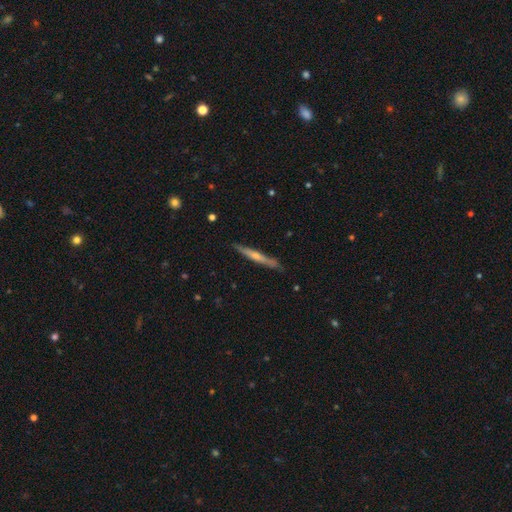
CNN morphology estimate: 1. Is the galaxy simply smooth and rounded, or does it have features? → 65% featured or disk, 29% smooth, 6% star or artifact.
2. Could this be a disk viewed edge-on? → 97% yes, 3% no.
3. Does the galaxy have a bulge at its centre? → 65% rounded, 28% none, 7% boxy.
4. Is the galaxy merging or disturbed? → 88% none, 9% minor disturbance, 2% major disturbance, 1% merger.